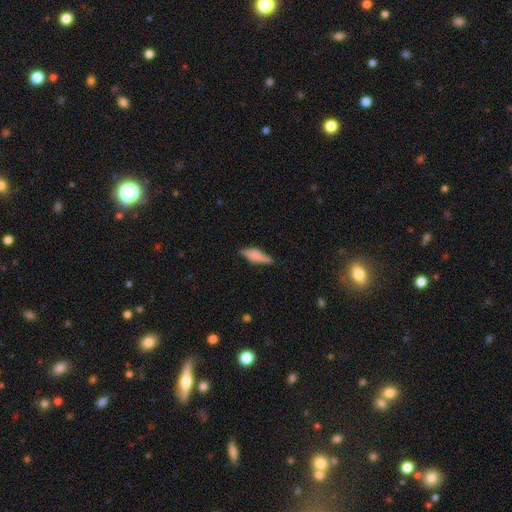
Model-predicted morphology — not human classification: This appears to be a smooth galaxy with no disk features (57%) that is cigar-shaped (59%). Merging: none (72%).